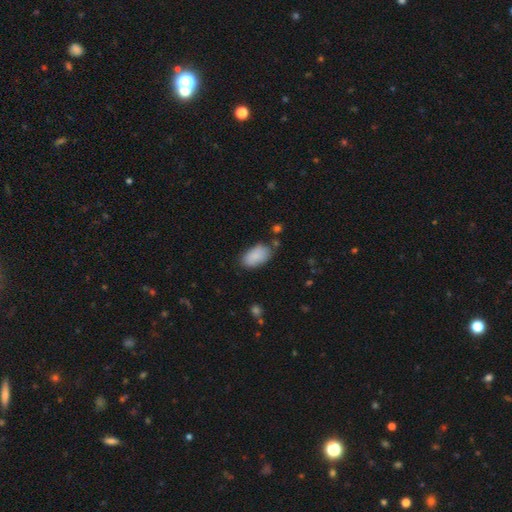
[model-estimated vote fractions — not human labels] This appears to be a smooth galaxy with no disk features (88%) that is in between round and cigar-shaped (94%). Merging: none (75%).